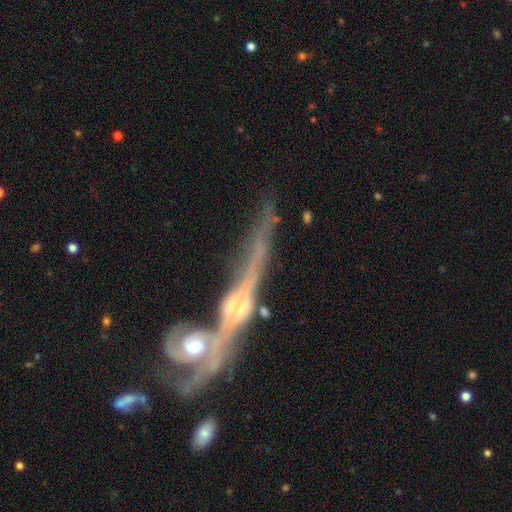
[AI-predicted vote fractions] A featured or disk galaxy (83%) viewed edge-on (74%) with a rounded central bulge (70%).

Vote fractions:
- Smooth or featured? featured or disk: 83% / smooth: 10% / star or artifact: 7%
- Edge-on disk? yes: 74% / no: 26%
- Edge-on bulge? rounded: 70% / none: 15% / boxy: 15%
- Merging? merger: 56% / none: 24% / minor disturbance: 11% / major disturbance: 10%